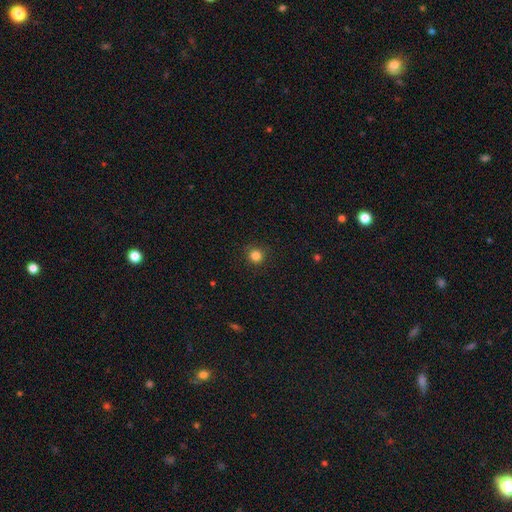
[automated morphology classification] type=smooth (83%); roundness=round (95%); merging=none (90%).